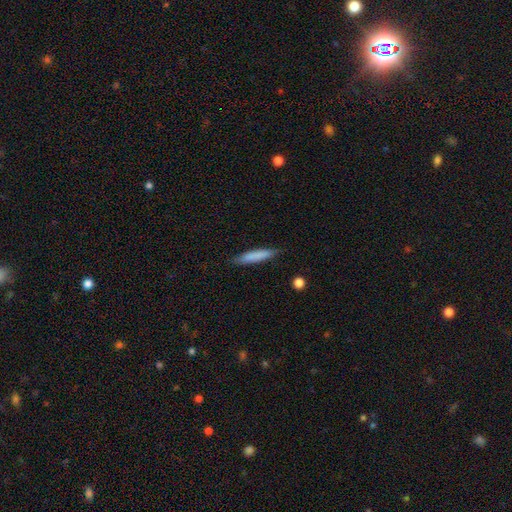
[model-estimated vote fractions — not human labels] A smooth galaxy with no disk features (78%) that is cigar-shaped (91%). Merging: none (86%).